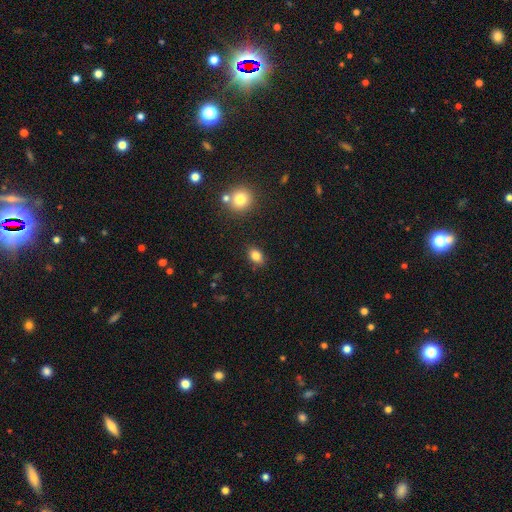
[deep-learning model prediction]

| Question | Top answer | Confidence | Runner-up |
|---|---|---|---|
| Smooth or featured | smooth | 82% | star or artifact (10%) |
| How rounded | in between | 79% | round (19%) |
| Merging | none | 85% | minor disturbance (10%) |